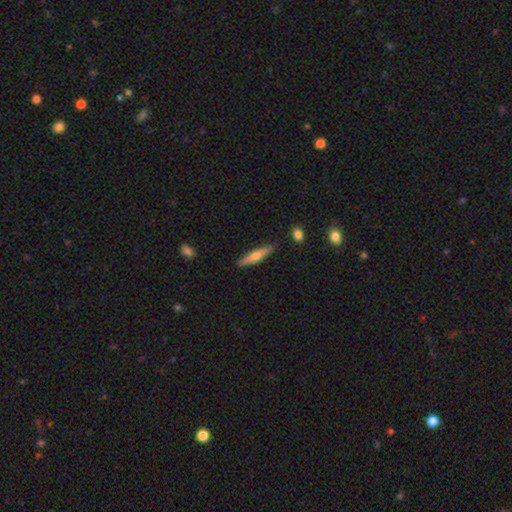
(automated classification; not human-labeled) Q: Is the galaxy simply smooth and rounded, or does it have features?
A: smooth — 49%.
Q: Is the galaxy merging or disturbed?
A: none — 85%.